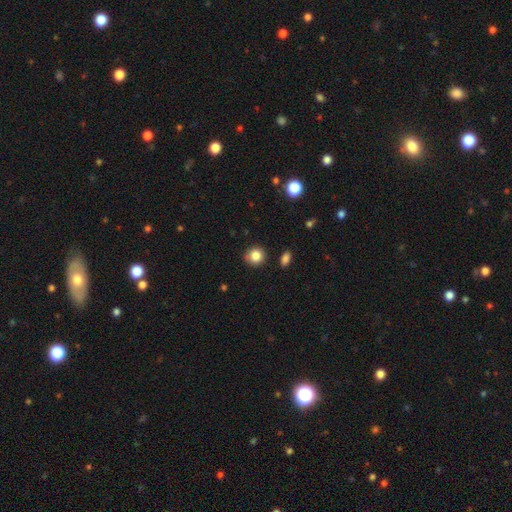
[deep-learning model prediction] smooth 85%, star or artifact 10%, featured or disk 5%. Down the decision tree: how rounded — round (88%); merging — none (83%).